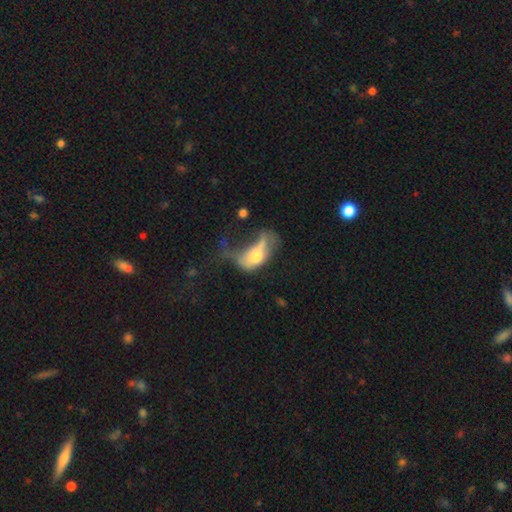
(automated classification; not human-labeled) The model was most divided on "smooth or featured": smooth: 52%, featured or disk: 37%, star or artifact: 11%. More confident: how rounded — in between (80%); merging — major disturbance (56%).